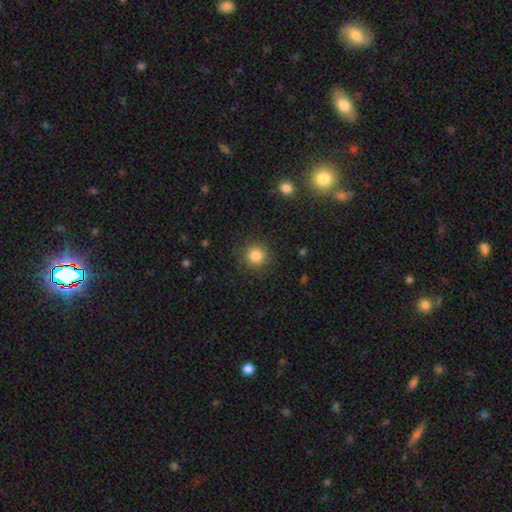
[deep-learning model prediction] Smooth or featured: smooth — 84% (star or artifact — 11%)
How rounded: round — 93% (in between — 6%)
Merging: none — 89% (minor disturbance — 7%)